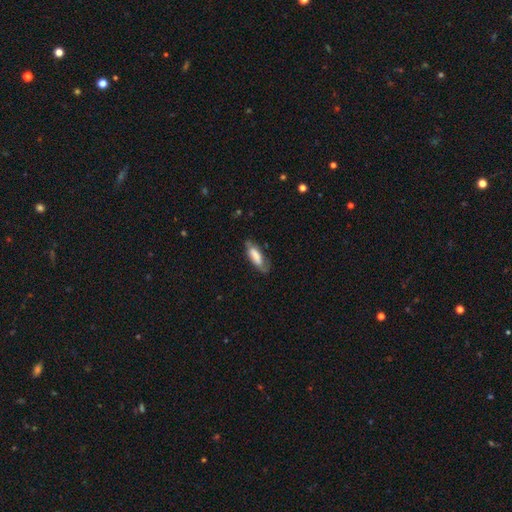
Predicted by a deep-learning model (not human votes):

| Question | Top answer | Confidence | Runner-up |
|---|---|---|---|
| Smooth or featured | smooth | 62% | featured or disk (32%) |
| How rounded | in between | 59% | cigar-shaped (39%) |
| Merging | none | 60% | minor disturbance (27%) |